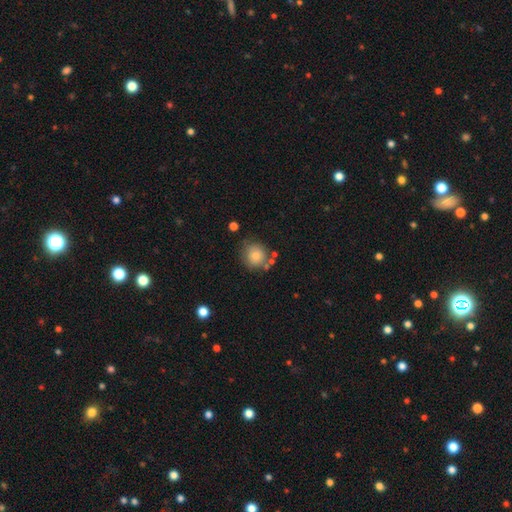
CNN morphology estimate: Q: Smooth or featured?
A: smooth (79%); runner-up: featured or disk (11%)
Q: How rounded?
A: round (87%); runner-up: in between (12%)
Q: Merging?
A: none (68%); runner-up: minor disturbance (17%)